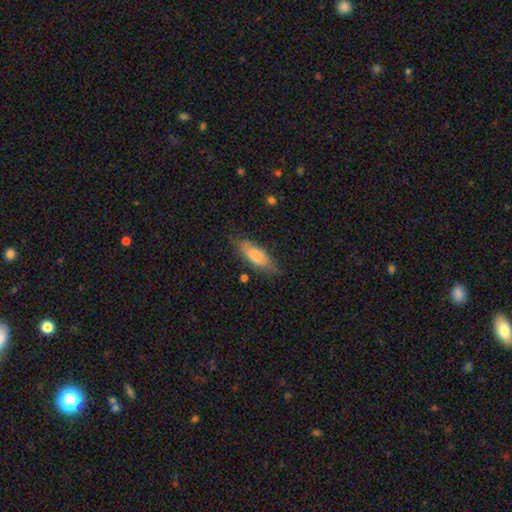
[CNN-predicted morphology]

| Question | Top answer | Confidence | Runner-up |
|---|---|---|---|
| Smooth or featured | smooth | 78% | featured or disk (16%) |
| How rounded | in between | 63% | cigar-shaped (35%) |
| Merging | none | 74% | minor disturbance (20%) |